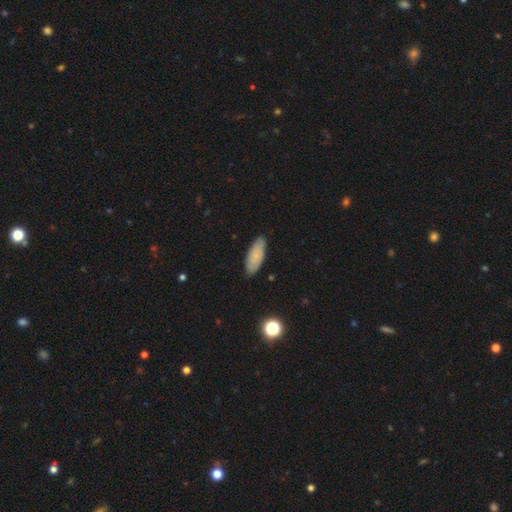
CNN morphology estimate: Smooth or featured: smooth — 74% (featured or disk — 18%)
How rounded: in between — 77% (cigar-shaped — 21%)
Merging: none — 83% (minor disturbance — 14%)